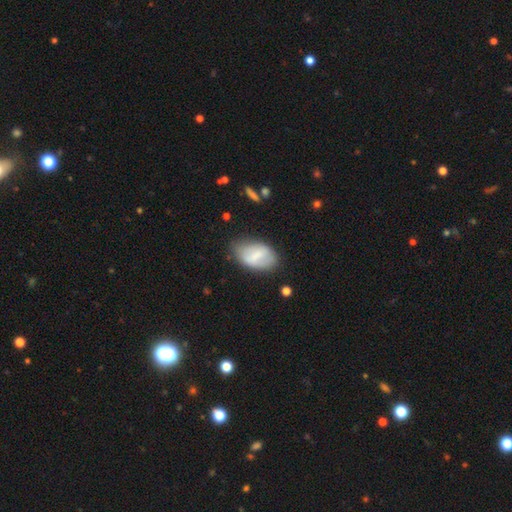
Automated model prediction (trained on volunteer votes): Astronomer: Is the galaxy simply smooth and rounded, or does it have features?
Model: smooth — 63%.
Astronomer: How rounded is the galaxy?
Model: in between — 91%.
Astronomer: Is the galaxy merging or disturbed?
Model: none — 67%.